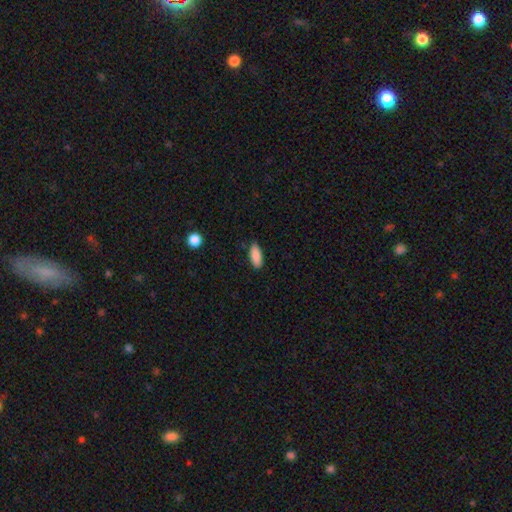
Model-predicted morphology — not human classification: type=smooth (89%); roundness=in between (81%); merging=none (85%).